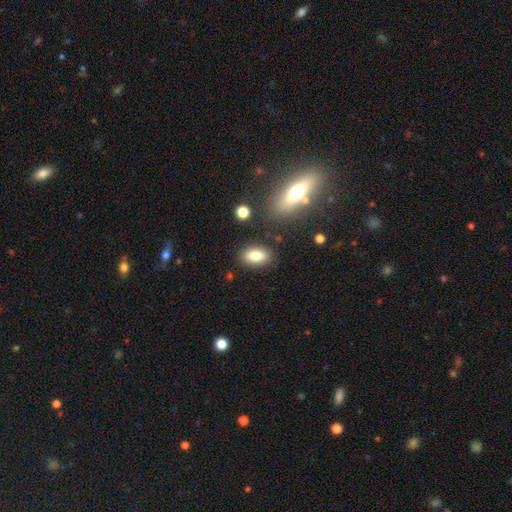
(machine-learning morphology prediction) Smooth or featured? Predicted: smooth (p=0.81). How rounded? Predicted: in between (p=0.88). Merging? Predicted: none (p=0.84).